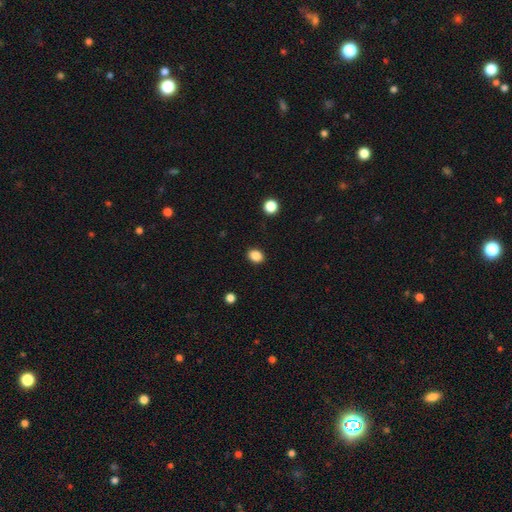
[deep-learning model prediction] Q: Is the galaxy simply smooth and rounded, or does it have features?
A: smooth — 87%.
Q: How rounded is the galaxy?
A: in between — 54%.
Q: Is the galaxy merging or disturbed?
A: none — 90%.